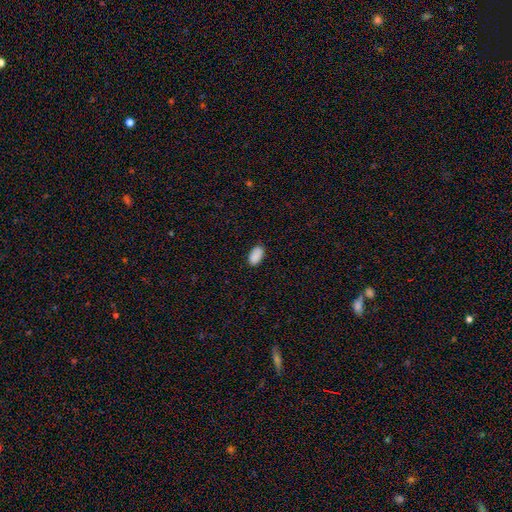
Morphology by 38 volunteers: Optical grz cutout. It shows a smooth galaxy with no disk features (92%) that is in between round and cigar-shaped (94%). Merging: none (91%).